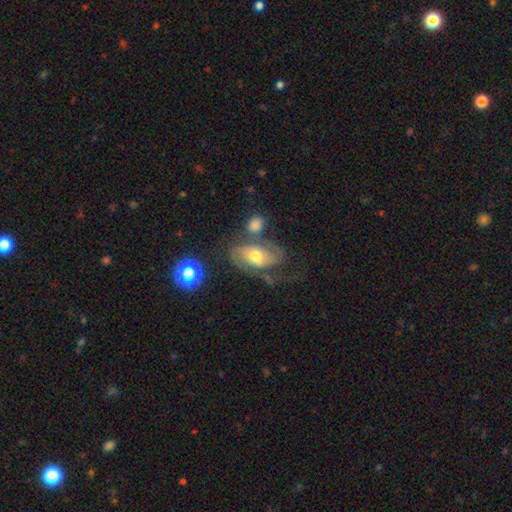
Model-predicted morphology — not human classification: A featured or disk galaxy (56%) with no bar (54%), spiral arms (68%) and a moderate central bulge (68%). Merging: none (37%).